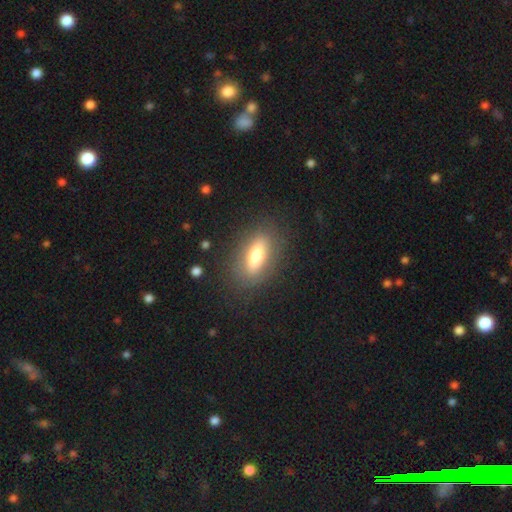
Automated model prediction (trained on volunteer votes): Smooth or featured? Predicted: smooth (p=0.67). How rounded? Predicted: in between (p=0.76). Merging? Predicted: none (p=0.83).